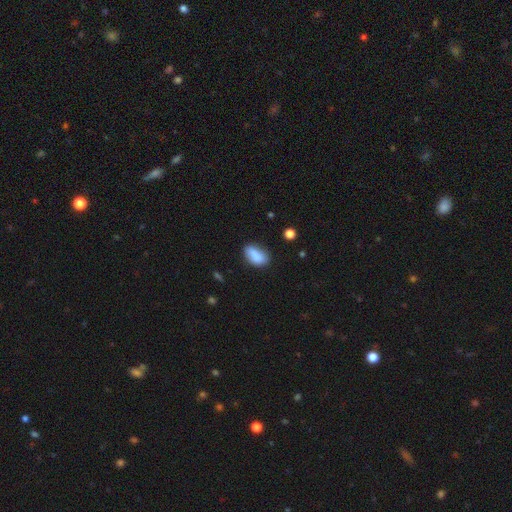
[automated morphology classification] Smooth or featured? Predicted: smooth (p=0.83). How rounded? Predicted: in between (p=0.88). Merging? Predicted: none (p=0.63).